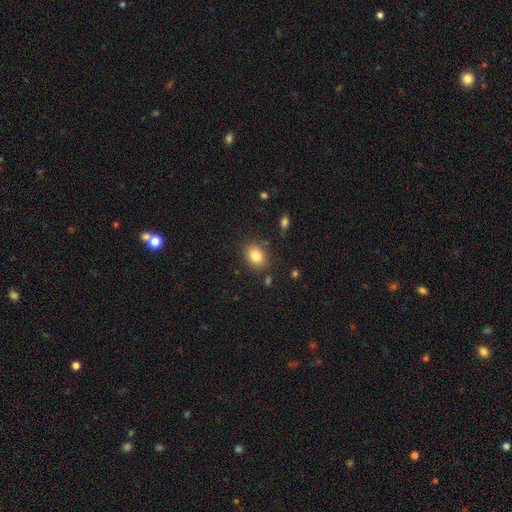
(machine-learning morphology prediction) This appears to be a smooth galaxy with no disk features (83%) that is in between round and cigar-shaped (55%). Merging: none (82%).